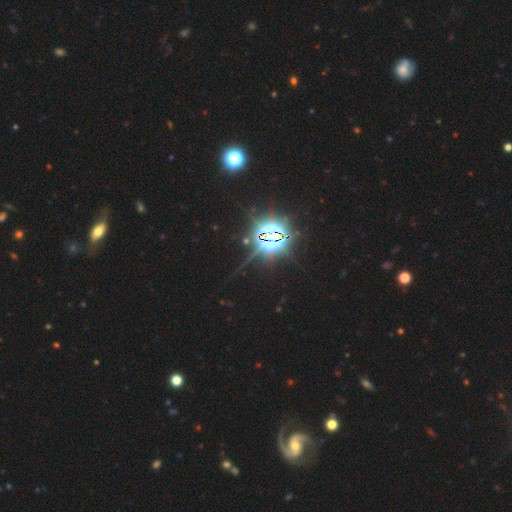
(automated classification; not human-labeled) A star or artifact, not a galaxy (81%).